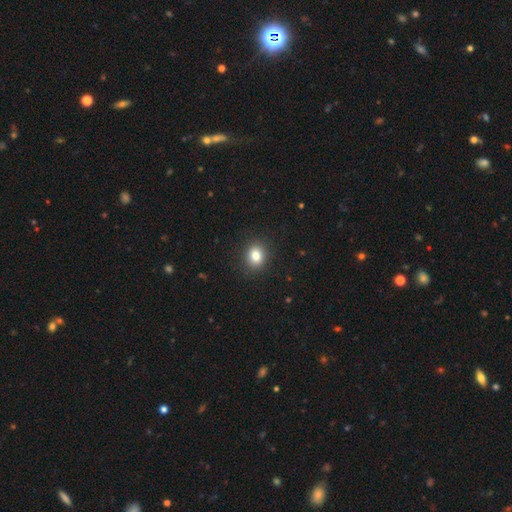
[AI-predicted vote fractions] Q: Smooth or featured?
A: smooth (82%); runner-up: star or artifact (11%)
Q: How rounded?
A: round (66%); runner-up: in between (33%)
Q: Merging?
A: none (90%); runner-up: minor disturbance (7%)